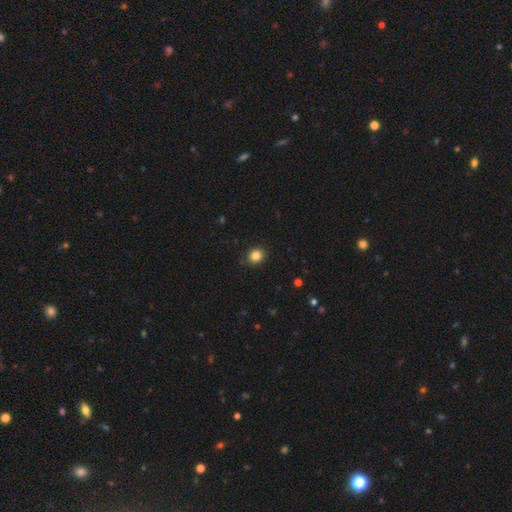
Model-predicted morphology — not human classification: A smooth galaxy with no disk features (84%) that is round (78%). Merging: none (88%).